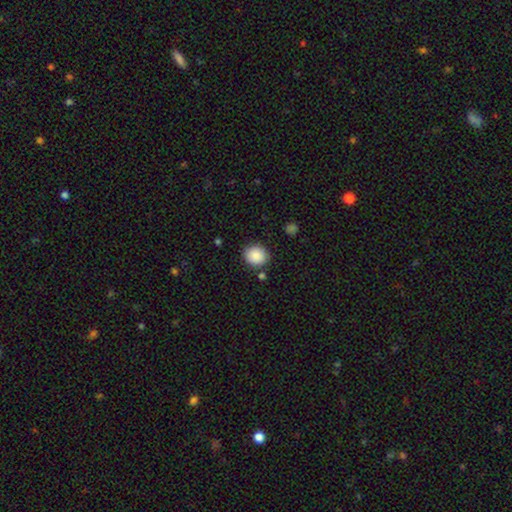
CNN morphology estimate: Smooth or featured?
  - smooth: 88% *
  - star or artifact: 8%
  - featured or disk: 4%
How rounded?
  - round: 78% *
  - in between: 21%
  - cigar-shaped: 1%
Merging?
  - none: 85% *
  - minor disturbance: 9%
  - merger: 4%
  - major disturbance: 3%